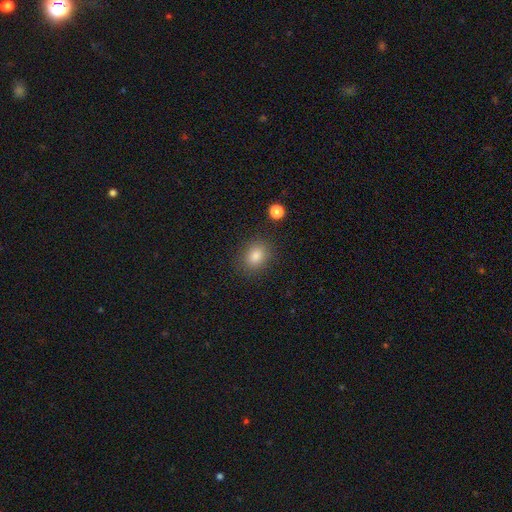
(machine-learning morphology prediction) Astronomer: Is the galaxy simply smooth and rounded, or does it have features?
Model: smooth — 82%.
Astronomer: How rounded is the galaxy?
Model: round — 50% (runner-up: in between, 49%).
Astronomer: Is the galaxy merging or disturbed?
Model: none — 86%.